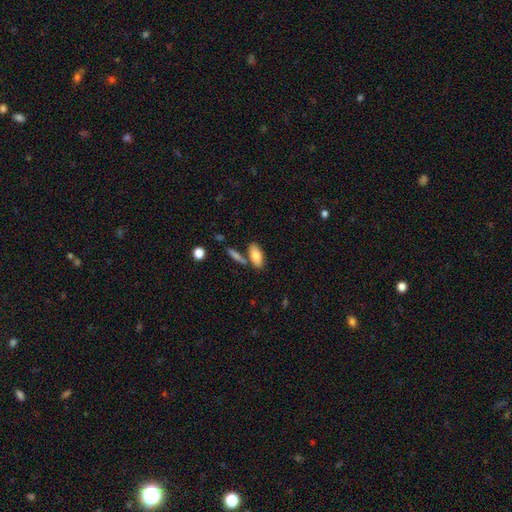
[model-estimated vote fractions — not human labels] Q: Smooth or featured?
A: smooth (83%); runner-up: featured or disk (11%)
Q: How rounded?
A: in between (84%); runner-up: cigar-shaped (13%)
Q: Merging?
A: none (67%); runner-up: merger (18%)